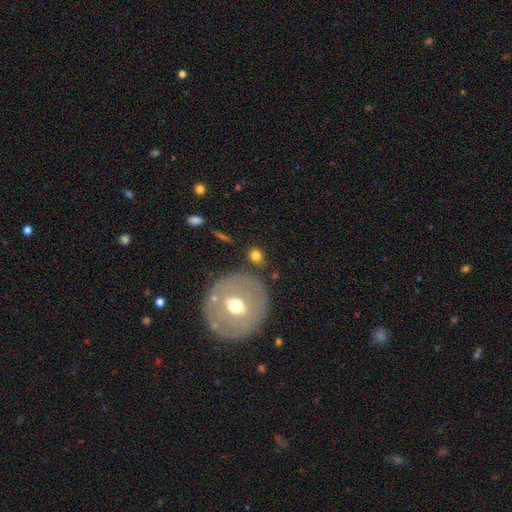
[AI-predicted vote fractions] smooth_or_featured: smooth (p=0.73) [alt: featured or disk p=0.18]
how_rounded: round (p=0.55) [alt: in between p=0.43]
merging: none (p=0.75) [alt: minor disturbance p=0.12]